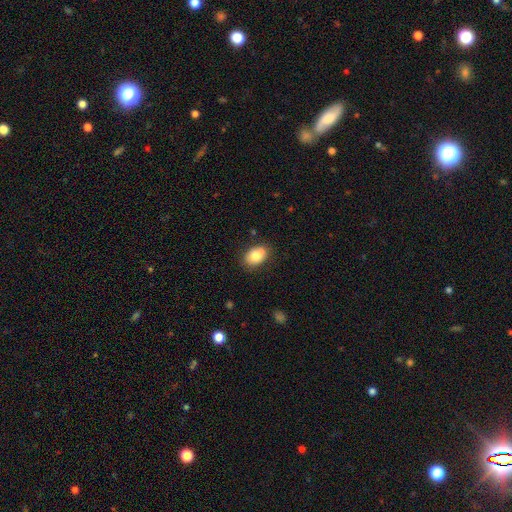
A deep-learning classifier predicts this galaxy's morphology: A smooth galaxy with no disk features (81%) that is in between round and cigar-shaped (84%).

Vote fractions:
- Smooth or featured? smooth: 81% / featured or disk: 11% / star or artifact: 8%
- How rounded? in between: 84% / round: 15% / cigar-shaped: 1%
- Merging? none: 83% / minor disturbance: 13% / major disturbance: 3% / merger: 1%